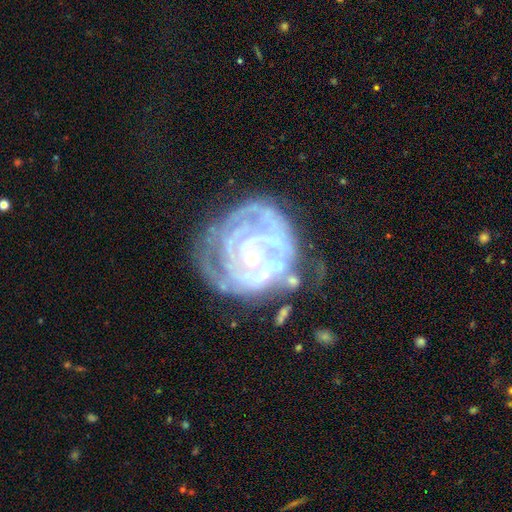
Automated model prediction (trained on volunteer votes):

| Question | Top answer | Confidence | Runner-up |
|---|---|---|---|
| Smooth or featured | featured or disk | 84% | smooth (8%) |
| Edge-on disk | no | 98% | yes (2%) |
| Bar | no | 71% | weak (22%) |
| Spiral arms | yes | 89% | no (11%) |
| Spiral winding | tight | 75% | medium (20%) |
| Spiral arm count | can't tell | 37% | 3 (19%) |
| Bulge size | small | 78% | moderate (14%) |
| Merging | none | 47% | minor disturbance (23%) |